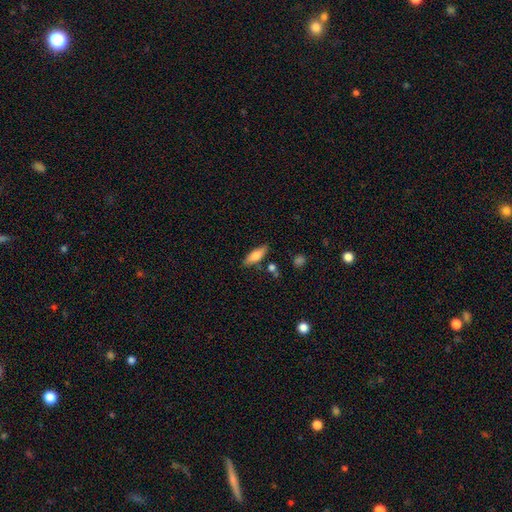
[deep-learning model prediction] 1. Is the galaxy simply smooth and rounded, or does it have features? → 73% smooth, 20% featured or disk, 7% star or artifact.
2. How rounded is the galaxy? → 54% in between, 44% cigar-shaped, 2% round.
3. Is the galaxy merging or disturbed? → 78% none, 14% minor disturbance, 5% merger, 3% major disturbance.